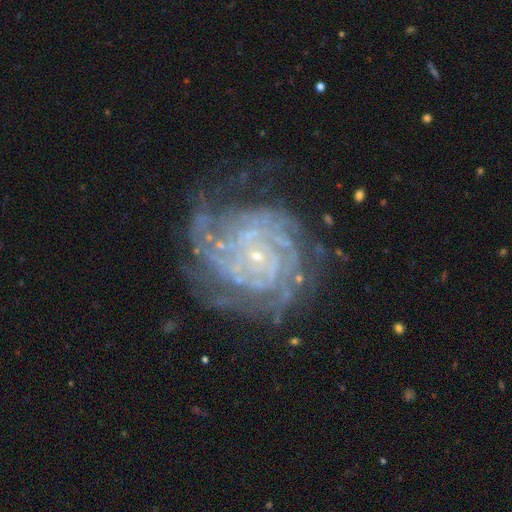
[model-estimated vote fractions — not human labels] A featured or disk galaxy (87%) with no bar (77%), tight (78%) spiral arms (96%) and a small central bulge (89%).

Vote fractions:
- Smooth or featured? featured or disk: 87% / star or artifact: 7% / smooth: 5%
- Edge-on disk? no: 98% / yes: 2%
- Bar? no: 77% / weak: 17% / strong: 6%
- Spiral arms? yes: 96% / no: 4%
- Spiral winding? tight: 78% / medium: 18% / loose: 4%
- Spiral arm count? can't tell: 29% / 4: 20% / more than 4: 16% / 3: 14% / 2: 13% / 1: 8%
- Bulge size? small: 89% / moderate: 6% / none: 3% / large: 1% / dominant: 1%
- Merging? none: 63% / minor disturbance: 20% / major disturbance: 14% / merger: 3%